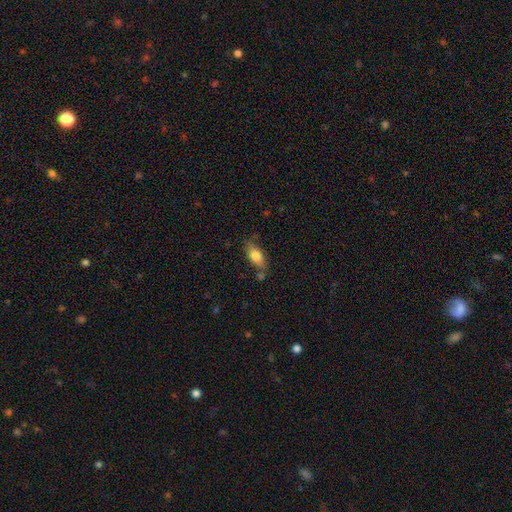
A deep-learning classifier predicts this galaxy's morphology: smooth_or_featured: smooth (p=0.76) [alt: featured or disk p=0.16]
how_rounded: in between (p=0.84) [alt: cigar-shaped p=0.11]
merging: none (p=0.66) [alt: minor disturbance p=0.20]